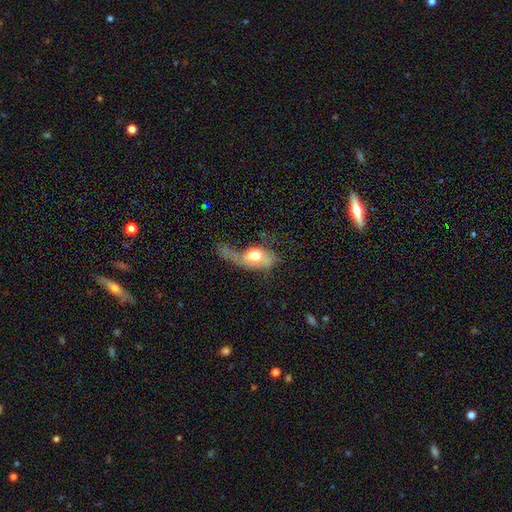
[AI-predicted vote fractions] A smooth galaxy with no disk features (59%) that is in between round and cigar-shaped (82%).

Vote fractions:
- Smooth or featured? smooth: 59% / featured or disk: 33% / star or artifact: 7%
- How rounded? in between: 82% / round: 12% / cigar-shaped: 5%
- Merging? major disturbance: 56% / minor disturbance: 19% / none: 16% / merger: 9%